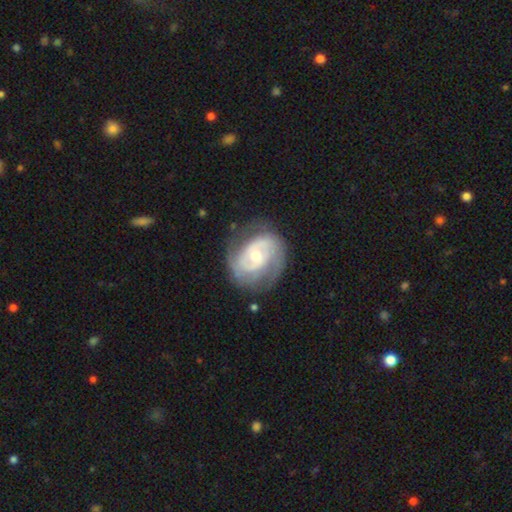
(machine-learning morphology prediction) featured or disk 83%, smooth 12%, star or artifact 5%. Down the decision tree: edge-on disk — no (97%); bar — no (60%); spiral arms — yes (93%); spiral arm count — 2 (61%); spiral winding — tight (54%); bulge size — moderate (49%); merging — none (67%).